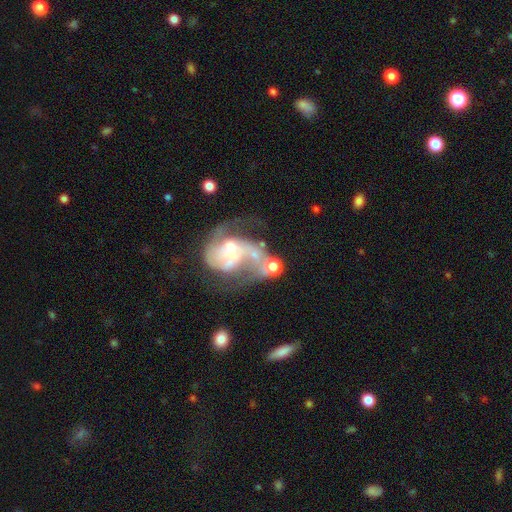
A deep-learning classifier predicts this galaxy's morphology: smooth-or-featured: featured or disk: 72% | smooth: 17% | star or artifact: 11%
  disk-edge-on: no: 98% | yes: 2%
    bar: no: 58% | weak: 31% | strong: 11%
    has-spiral-arms: yes: 71% | no: 29%
      spiral-winding: loose: 53% | medium: 36% | tight: 11%
      spiral-arm-count: 2: 60% | can't tell: 16% | 1: 13% | 3: 7% | 4: 2% | more than 4: 2%
    bulge-size: moderate: 31% (tied) | small: 31% (tied) | none: 27% | large: 9% | dominant: 3%
  merging: merger: 33% (tied) | major disturbance: 33% (tied) | none: 22% | minor disturbance: 12%